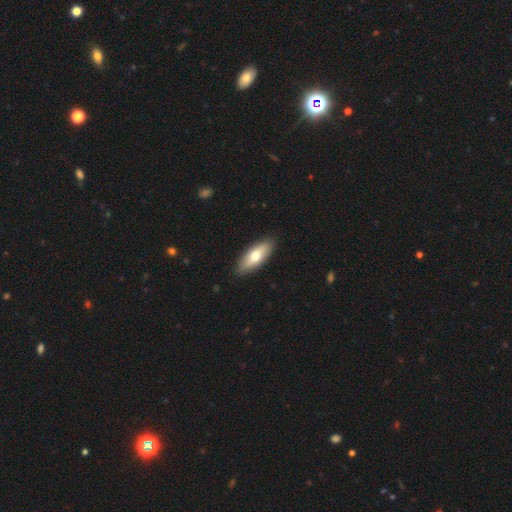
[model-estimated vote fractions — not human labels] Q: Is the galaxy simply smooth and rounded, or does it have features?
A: smooth — 69%.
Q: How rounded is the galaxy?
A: in between — 77%.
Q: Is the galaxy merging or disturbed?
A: none — 88%.